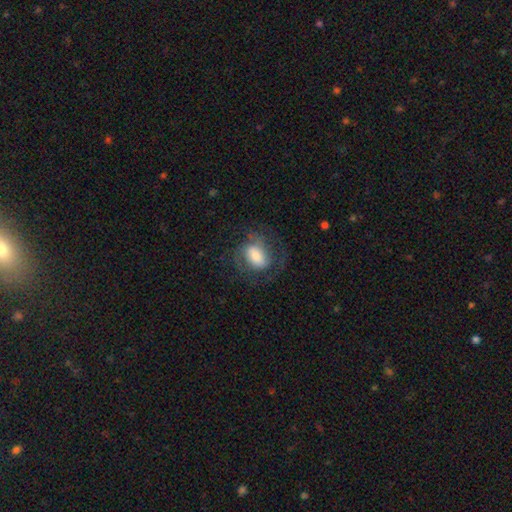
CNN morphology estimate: A featured or disk galaxy (53%) with no bar (42%), spiral arms (83%) and a large central bulge (35%). Merging: none (59%).